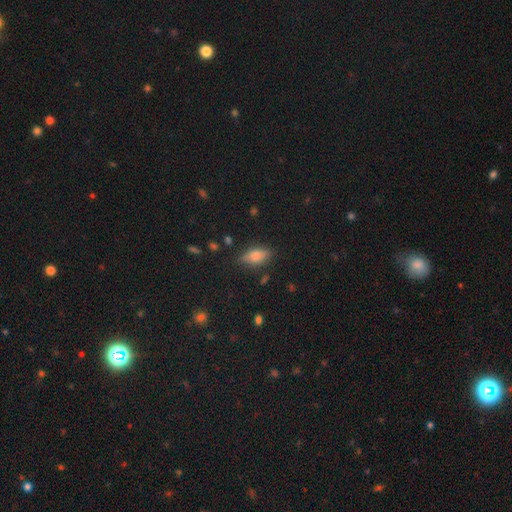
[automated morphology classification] The model was most divided on "smooth or featured": smooth: 65%, featured or disk: 24%, star or artifact: 10%. More confident: merging — none (81%); how rounded — in between (80%).